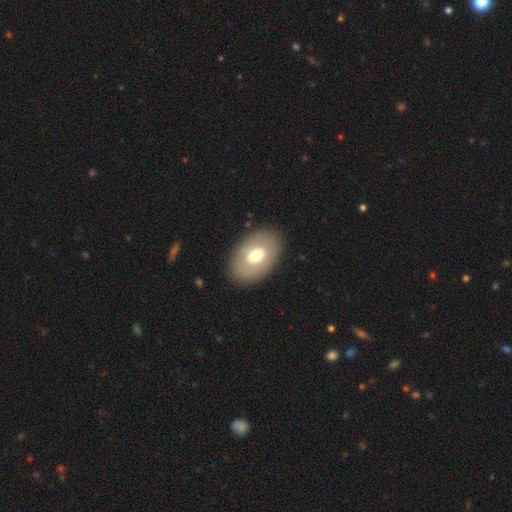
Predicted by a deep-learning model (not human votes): The model was most divided on "smooth or featured": smooth: 65%, featured or disk: 28%, star or artifact: 7%. More confident: how rounded — in between (87%); merging — none (86%).